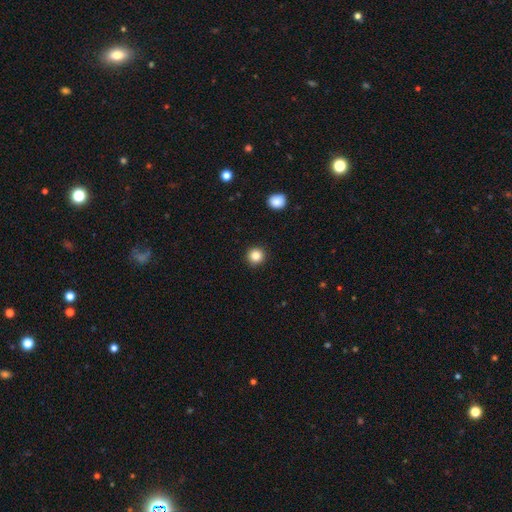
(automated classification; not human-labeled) Smooth or featured? Predicted: smooth (p=0.85). How rounded? Predicted: round (p=0.95). Merging? Predicted: none (p=0.93).